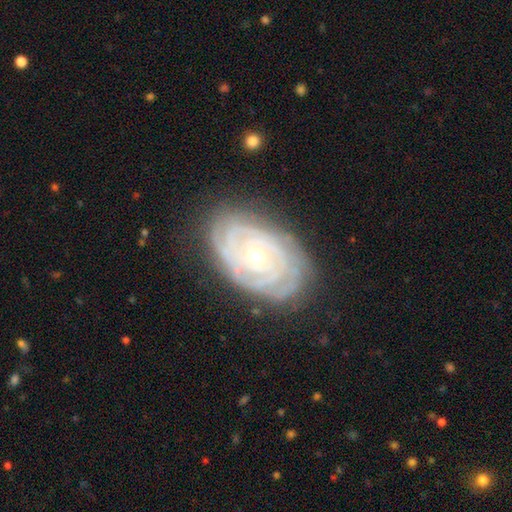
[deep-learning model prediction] Morphology: type=featured or disk (86%); edge-on=no (96%); bar=no (77%); spiral arms=yes (96%); winding=tight (86%); arm count=can't tell (32%); bulge=small (55%); merging=none (79%).